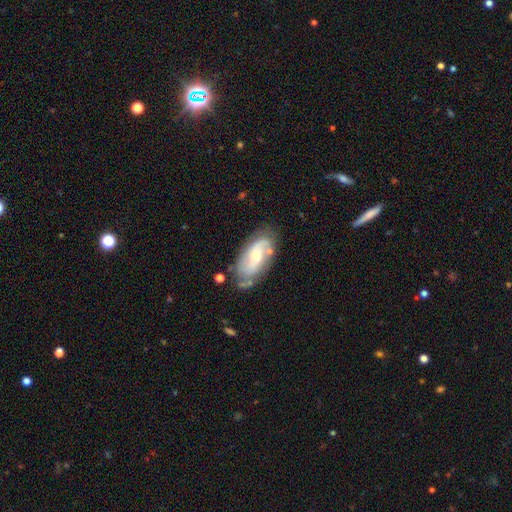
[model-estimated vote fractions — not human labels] This appears to be a featured or disk galaxy (67%) with no bar (55%), 2 (75%) medium (40%) spiral arms (83%) and a moderate central bulge (51%). Merging: none (64%).